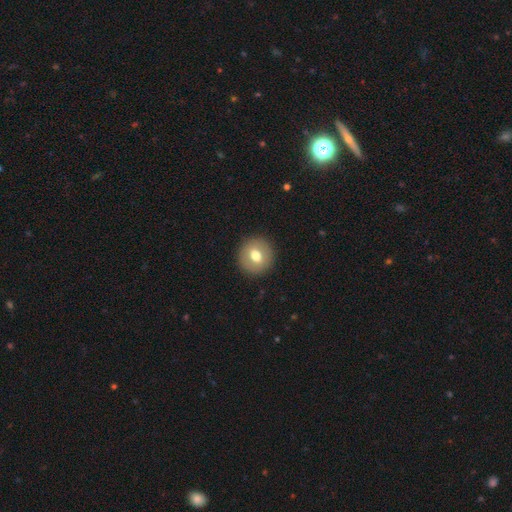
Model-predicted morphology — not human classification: The model was most divided on "smooth or featured": smooth: 70%, featured or disk: 22%, star or artifact: 8%. More confident: merging — none (91%); how rounded — round (90%).